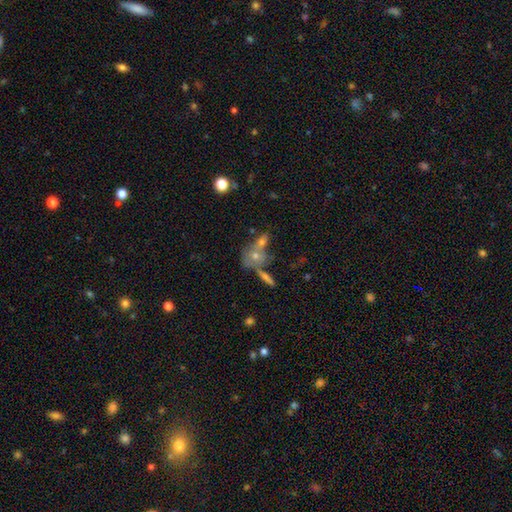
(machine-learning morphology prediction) The model was most divided on "merging": none: 41%, merger: 40%, minor disturbance: 12%, major disturbance: 8%. Remaining: smooth or featured — smooth (42%).